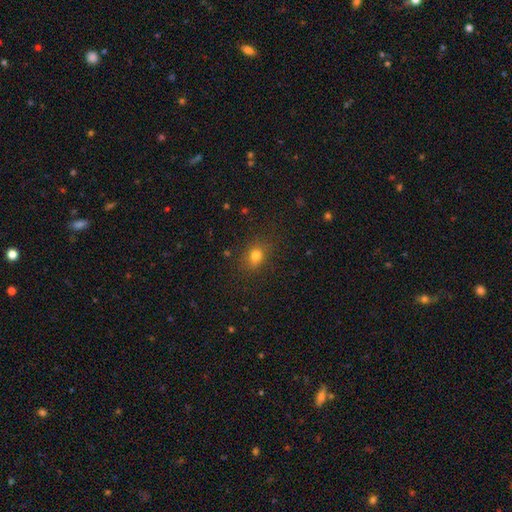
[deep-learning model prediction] A smooth galaxy with no disk features (77%) that is round (50%). Merging: none (82%).